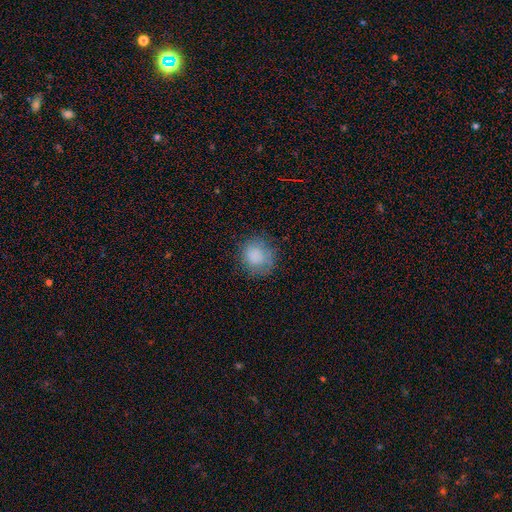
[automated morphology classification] type=smooth (82%); roundness=round (83%); merging=none (71%).